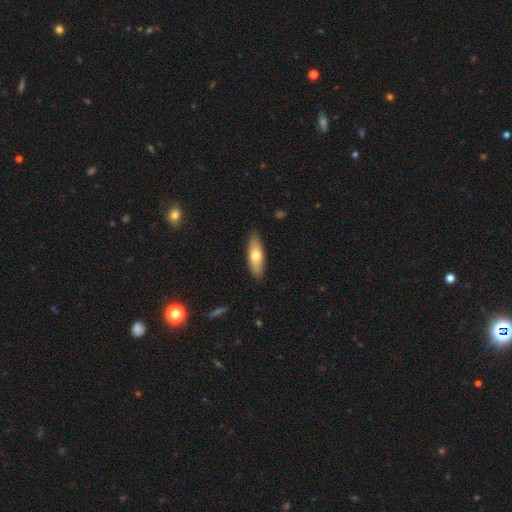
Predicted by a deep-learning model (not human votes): smooth 67%, featured or disk 27%, star or artifact 5%. Down the decision tree: how rounded — in between (54%); merging — none (88%).